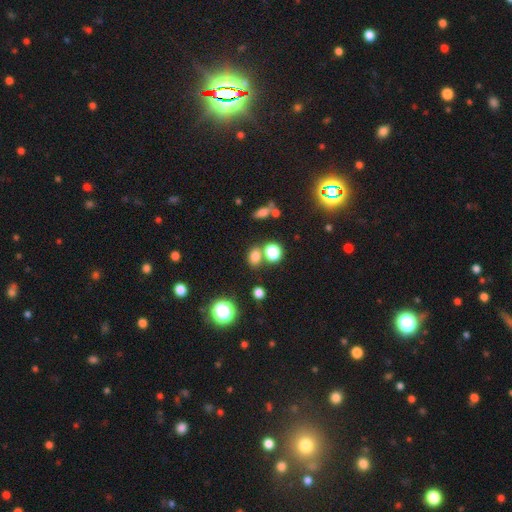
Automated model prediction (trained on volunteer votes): Smooth or featured? smooth (73%)
How rounded? in between (50%)
Merging? none (64%)